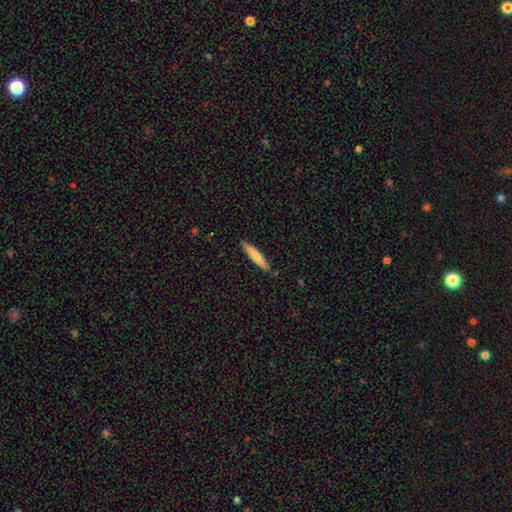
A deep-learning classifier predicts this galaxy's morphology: Smooth or featured? smooth (77%)
How rounded? cigar-shaped (92%)
Merging? none (88%)